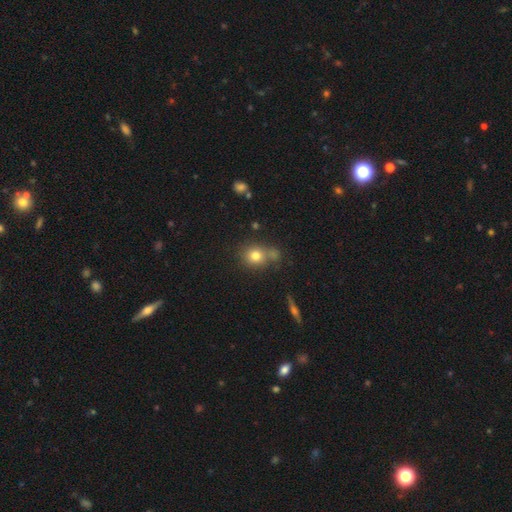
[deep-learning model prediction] Morphology: type=smooth (77%); roundness=round (76%); merging=none (61%).